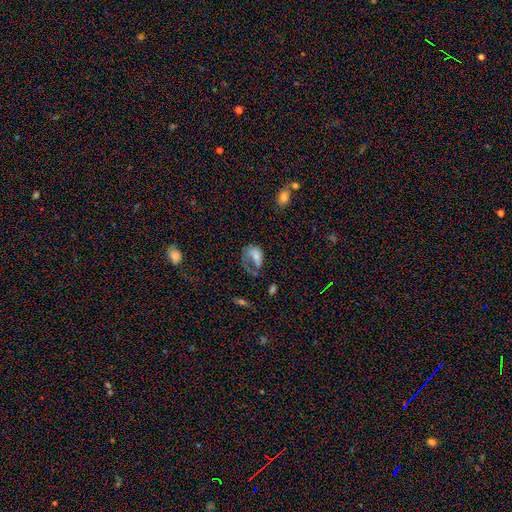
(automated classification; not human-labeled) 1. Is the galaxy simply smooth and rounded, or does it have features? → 53% smooth, 37% featured or disk, 11% star or artifact.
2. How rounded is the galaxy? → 80% in between, 17% round, 2% cigar-shaped.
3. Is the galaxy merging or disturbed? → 53% major disturbance, 23% none, 18% minor disturbance, 6% merger.